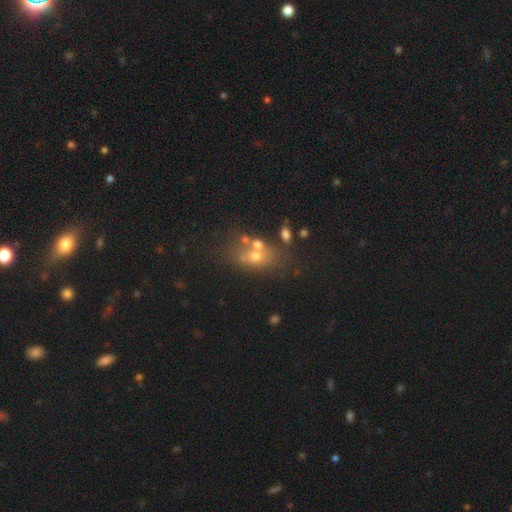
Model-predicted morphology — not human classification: A smooth galaxy with no disk features (52%) that is in between round and cigar-shaped (59%). Merging: none (42%).